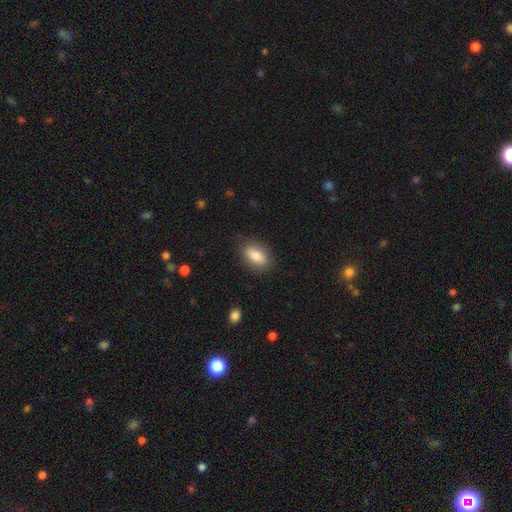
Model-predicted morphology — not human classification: This appears to be a smooth galaxy with no disk features (81%) that is in between round and cigar-shaped (87%). Merging: none (83%).